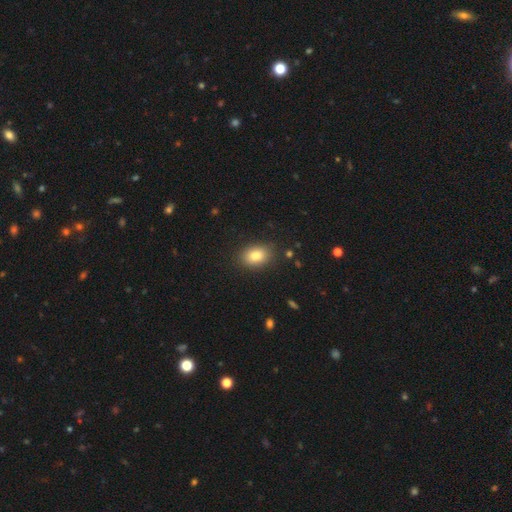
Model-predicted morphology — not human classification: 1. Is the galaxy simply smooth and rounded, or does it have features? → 83% smooth, 9% star or artifact, 8% featured or disk.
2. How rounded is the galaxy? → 77% in between, 22% round, 1% cigar-shaped.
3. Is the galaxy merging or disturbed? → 87% none, 9% minor disturbance, 3% major disturbance, 1% merger.